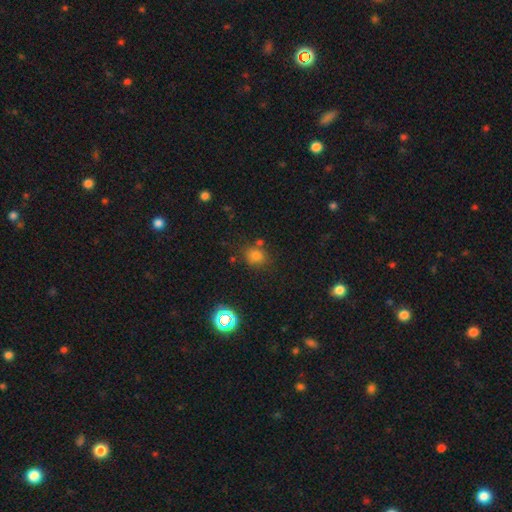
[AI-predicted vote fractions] A smooth galaxy with no disk features (74%) that is round (70%).

Vote fractions:
- Smooth or featured? smooth: 74% / star or artifact: 19% / featured or disk: 7%
- How rounded? round: 70% / in between: 29% / cigar-shaped: 1%
- Merging? none: 73% / minor disturbance: 13% / merger: 9% / major disturbance: 4%